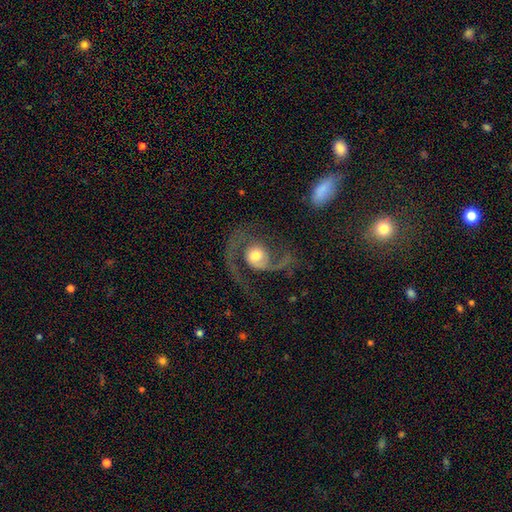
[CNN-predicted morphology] type=featured or disk (82%); edge-on=no (98%); bar=no (71%); spiral arms=yes (95%); winding=loose (47%); arm count=2 (77%); bulge=moderate (60%); merging=none (53%).